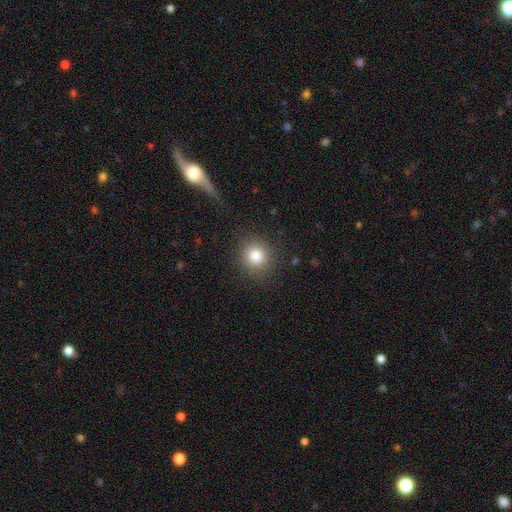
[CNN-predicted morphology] Overall: smooth (82%). How rounded: round (88%). Merging: none (88%).